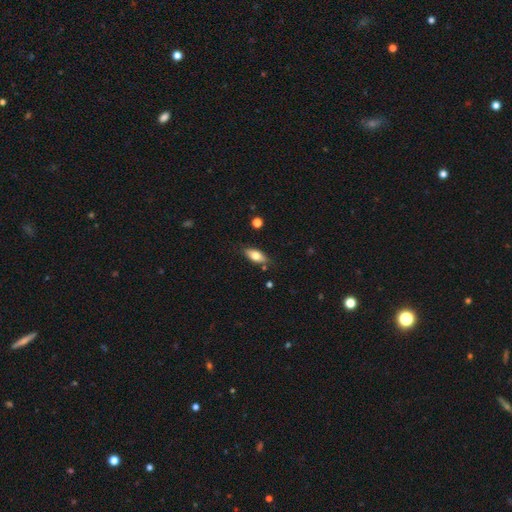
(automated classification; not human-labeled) smooth 72%, featured or disk 22%, star or artifact 7%. Down the decision tree: how rounded — in between (83%); merging — none (81%).